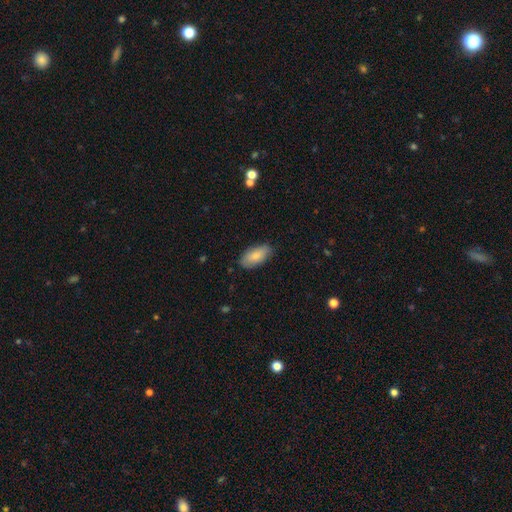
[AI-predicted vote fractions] A smooth galaxy with no disk features (84%) that is in between round and cigar-shaped (92%). Merging: none (84%).